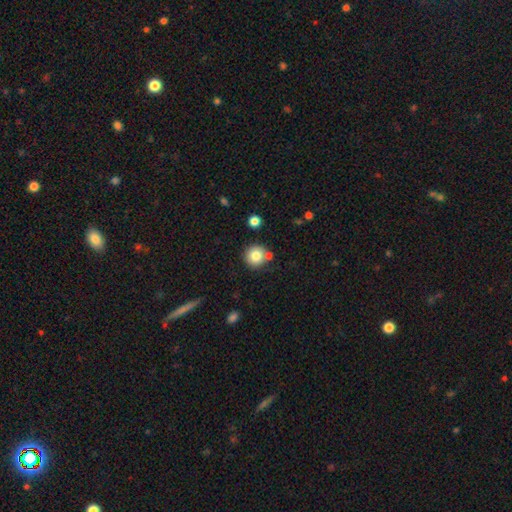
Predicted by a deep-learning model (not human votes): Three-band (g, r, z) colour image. It shows a smooth galaxy with no disk features (81%) that is round (93%). Merging: none (75%).